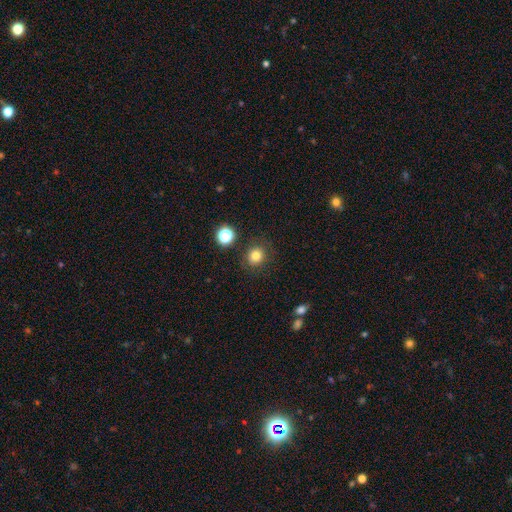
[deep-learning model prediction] smooth 80%, star or artifact 14%, featured or disk 6%. Down the decision tree: how rounded — round (84%); merging — none (83%).